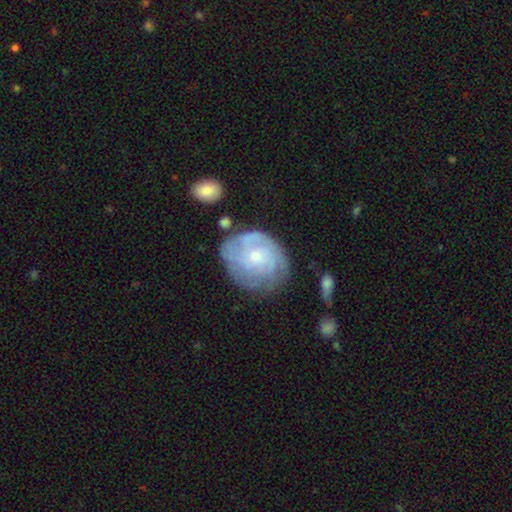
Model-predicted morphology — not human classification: A featured or disk galaxy (69%) with no bar (76%), tight (64%) spiral arms (82%) and a small central bulge (62%).

Vote fractions:
- Smooth or featured? featured or disk: 69% / smooth: 24% / star or artifact: 7%
- Edge-on disk? no: 97% / yes: 3%
- Bar? no: 76% / weak: 22% / strong: 3%
- Spiral arms? yes: 82% / no: 18%
- Spiral winding? tight: 64% / medium: 26% / loose: 10%
- Spiral arm count? can't tell: 51% / 3: 15% / 2: 13% / 4: 12% / 1: 5% / more than 4: 5%
- Bulge size? small: 62% / moderate: 33% / none: 2% / large: 2% / dominant: 1%
- Merging? none: 62% / minor disturbance: 23% / major disturbance: 11% / merger: 4%